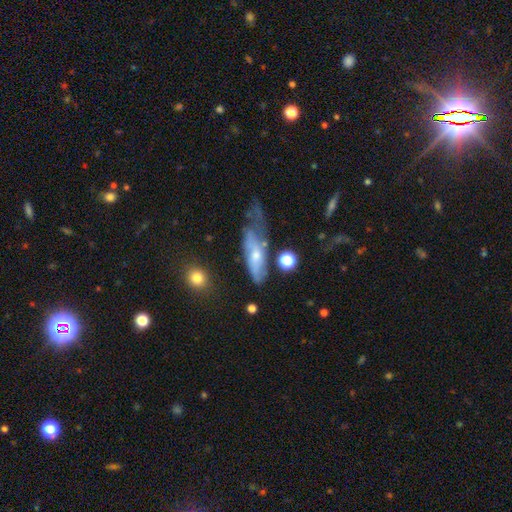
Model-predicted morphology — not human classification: Smooth or featured? Predicted: featured or disk (p=0.49). Merging? Predicted: major disturbance (p=0.34).